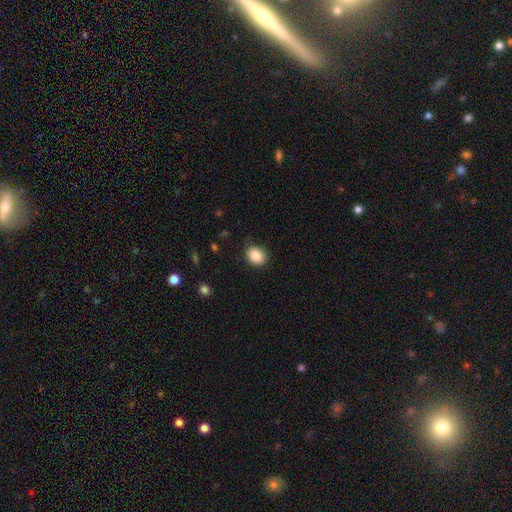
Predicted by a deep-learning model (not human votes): Smooth or featured? Predicted: smooth (p=0.87). How rounded? Predicted: round (p=0.56). Merging? Predicted: none (p=0.86).